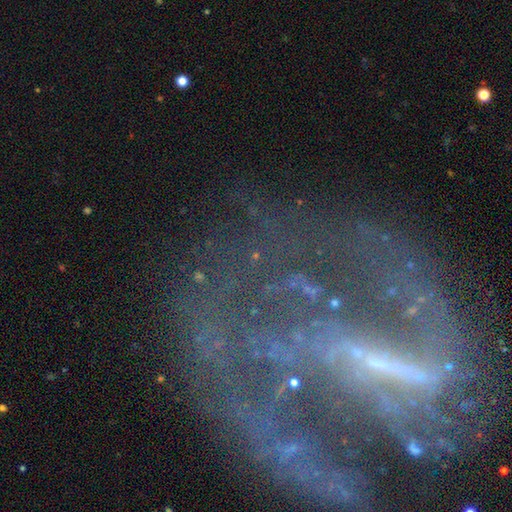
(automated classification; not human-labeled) Q: Smooth or featured?
A: featured or disk (72%); runner-up: star or artifact (18%)
Q: Edge-on disk?
A: no (93%); runner-up: yes (7%)
Q: Bar?
A: strong (44%); runner-up: weak (28%)
Q: Spiral arms?
A: yes (66%); runner-up: no (34%)
Q: Bulge size?
A: small (45%); runner-up: none (31%)
Q: Merging?
A: none (51%); runner-up: major disturbance (28%)